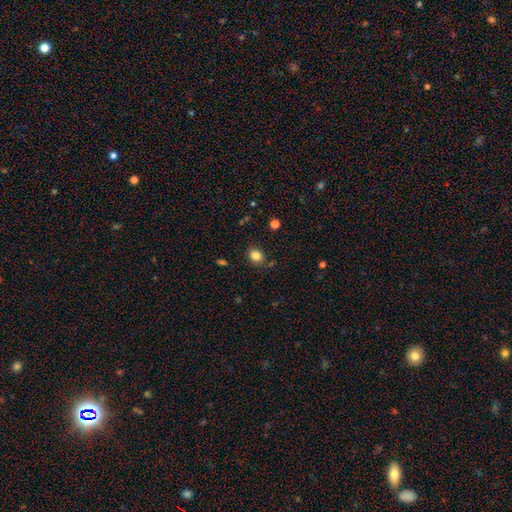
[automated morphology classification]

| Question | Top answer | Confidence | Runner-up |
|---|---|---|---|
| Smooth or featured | smooth | 84% | star or artifact (10%) |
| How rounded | in between | 54% | round (45%) |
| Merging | none | 81% | minor disturbance (13%) |